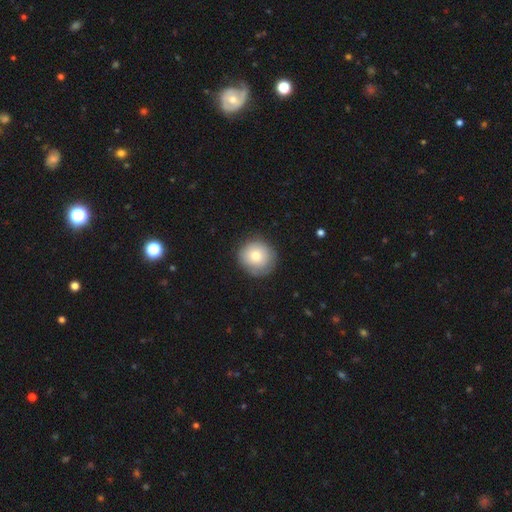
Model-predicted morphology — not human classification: smooth-or-featured: smooth: 77% | featured or disk: 15% | star or artifact: 8%
  how-rounded: round: 92% | in between: 7% | cigar-shaped: 1%
  merging: none: 83% | minor disturbance: 12% | major disturbance: 3% | merger: 1%